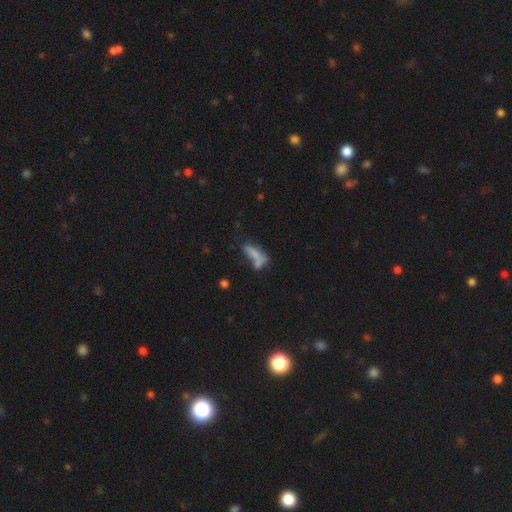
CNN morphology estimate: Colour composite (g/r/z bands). It shows a smooth galaxy with no disk features (68%) that is in between round and cigar-shaped (61%). Merging: merger (33%, tied with none).